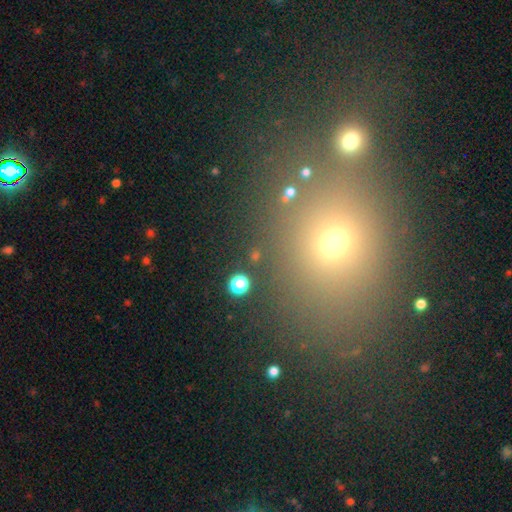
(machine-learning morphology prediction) Smooth or featured?
  - smooth: 53% *
  - star or artifact: 36%
  - featured or disk: 11%
How rounded?
  - round: 65% *
  - in between: 31%
  - cigar-shaped: 4%
Merging?
  - none: 82% *
  - minor disturbance: 8%
  - merger: 5%
  - major disturbance: 5%